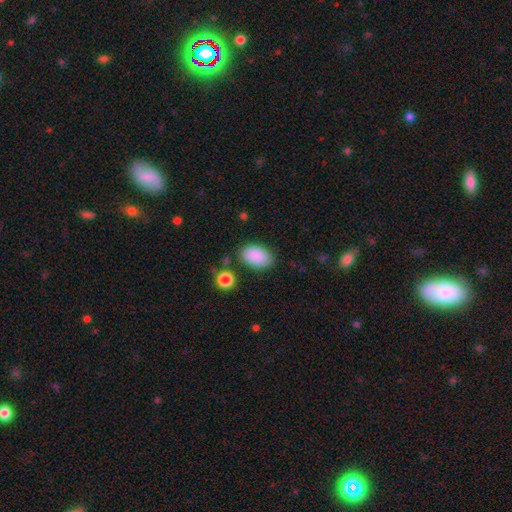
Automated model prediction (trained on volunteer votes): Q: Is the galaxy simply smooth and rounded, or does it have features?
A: smooth — 88%.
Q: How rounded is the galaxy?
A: in between — 91%.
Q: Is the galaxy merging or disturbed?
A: none — 80%.